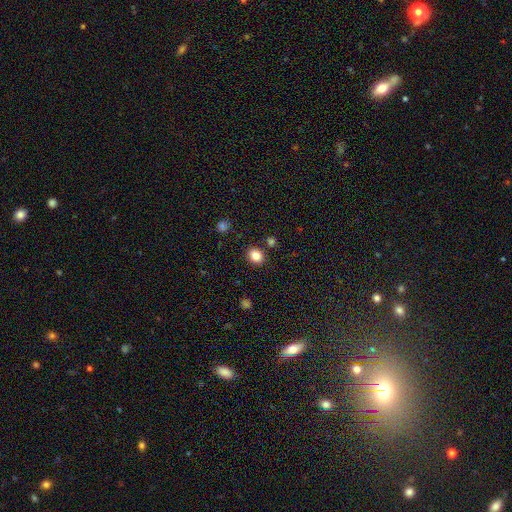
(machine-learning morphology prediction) A smooth galaxy with no disk features (84%) that is round (61%).

Vote fractions:
- Smooth or featured? smooth: 84% / star or artifact: 11% / featured or disk: 5%
- How rounded? round: 61% / in between: 38% / cigar-shaped: 1%
- Merging? none: 85% / minor disturbance: 8% / merger: 4% / major disturbance: 2%